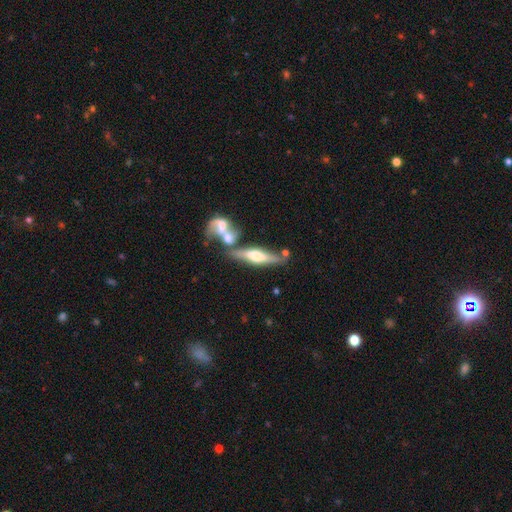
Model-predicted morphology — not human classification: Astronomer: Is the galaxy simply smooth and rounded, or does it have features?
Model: featured or disk — 65%.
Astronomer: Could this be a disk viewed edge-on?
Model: yes — 91%.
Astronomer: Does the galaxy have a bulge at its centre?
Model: rounded — 84%.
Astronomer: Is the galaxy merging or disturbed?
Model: none — 53% (runner-up: merger, 29%).